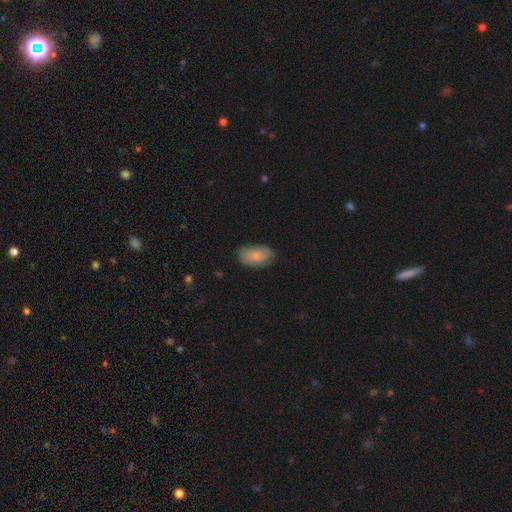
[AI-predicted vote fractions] Smooth or featured?
  - smooth: 70% *
  - featured or disk: 23%
  - star or artifact: 7%
How rounded?
  - in between: 92% *
  - round: 7%
  - cigar-shaped: 2%
Merging?
  - none: 68% *
  - minor disturbance: 25%
  - major disturbance: 6%
  - merger: 1%